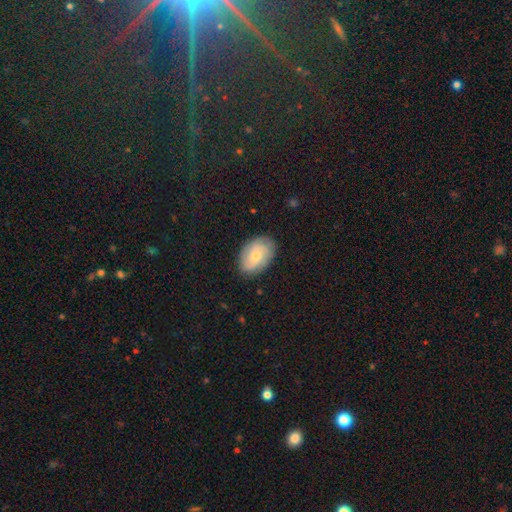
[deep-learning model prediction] This is possibly a smooth galaxy (49%). Merging: clearly none (81%).